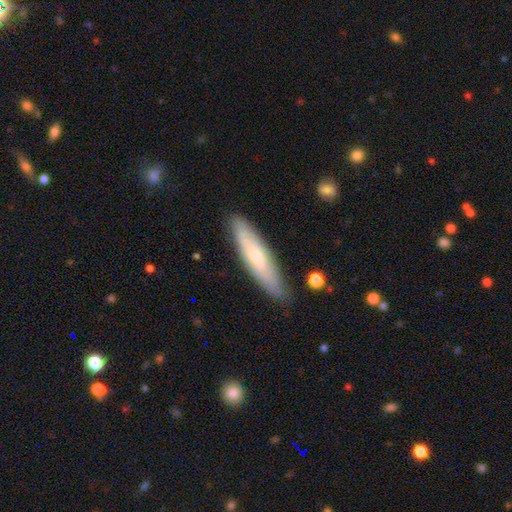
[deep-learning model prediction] Q: Smooth or featured?
A: smooth (55%); runner-up: featured or disk (39%)
Q: How rounded?
A: cigar-shaped (78%); runner-up: in between (20%)
Q: Merging?
A: none (86%); runner-up: minor disturbance (11%)